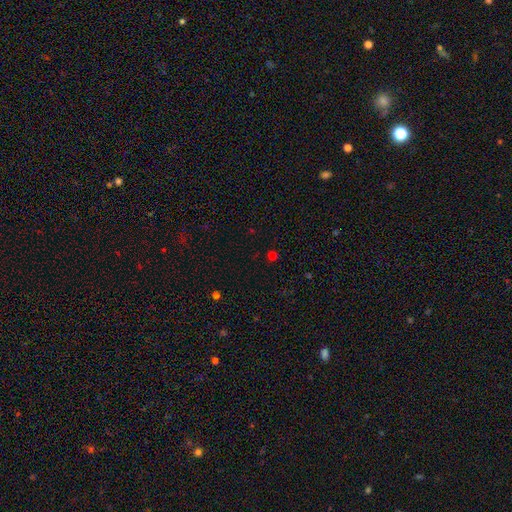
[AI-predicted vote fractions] smooth_or_featured: smooth (p=0.55) [alt: star or artifact p=0.40]
how_rounded: round (p=0.88) [alt: in between p=0.11]
merging: none (p=0.86) [alt: minor disturbance p=0.08]